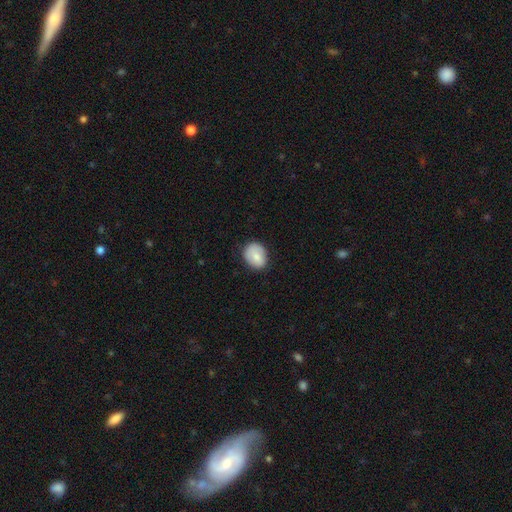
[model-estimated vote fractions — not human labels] Overall: smooth (76%). How rounded: in between (51%; round 48%). Merging: none (78%).